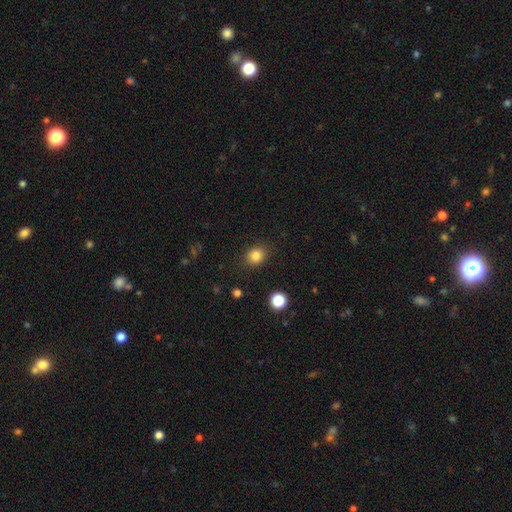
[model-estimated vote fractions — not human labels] This appears to be a smooth galaxy with no disk features (83%) that is round (67%). Merging: none (86%).